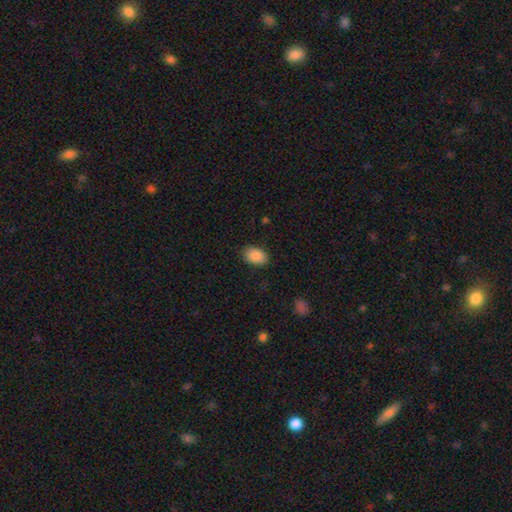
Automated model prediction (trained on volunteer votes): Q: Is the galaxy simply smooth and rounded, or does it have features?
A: smooth — 89%.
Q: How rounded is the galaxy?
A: in between — 86%.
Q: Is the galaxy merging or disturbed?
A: none — 86%.